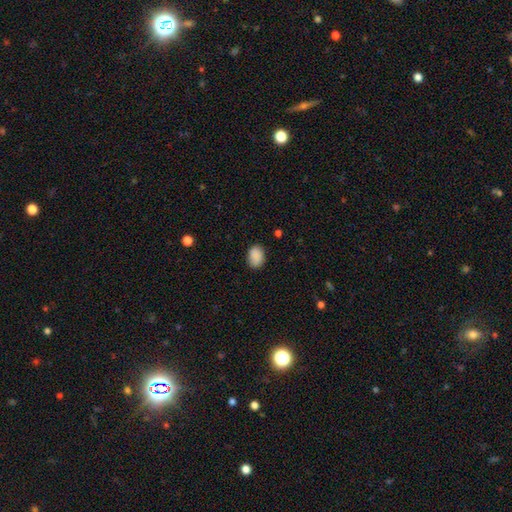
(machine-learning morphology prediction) Smooth or featured? smooth (89%)
How rounded? in between (74%)
Merging? none (83%)